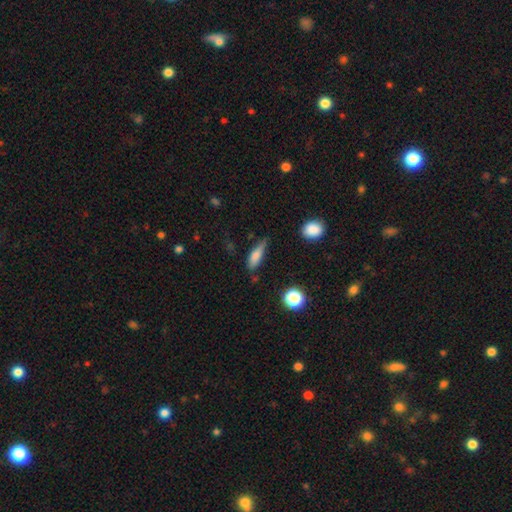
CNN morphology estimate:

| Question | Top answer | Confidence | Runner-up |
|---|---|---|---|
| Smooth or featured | smooth | 76% | featured or disk (15%) |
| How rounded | cigar-shaped | 50% | in between (46%) |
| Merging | none | 53% | minor disturbance (34%) |